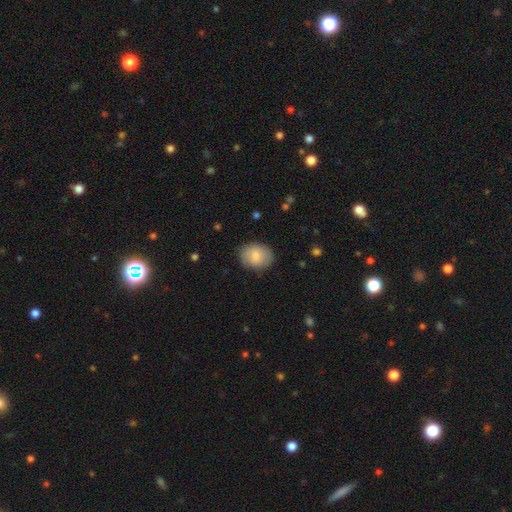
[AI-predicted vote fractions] This is likely a smooth galaxy (79%). How rounded: possibly in between (50%). Merging: clearly none (81%).